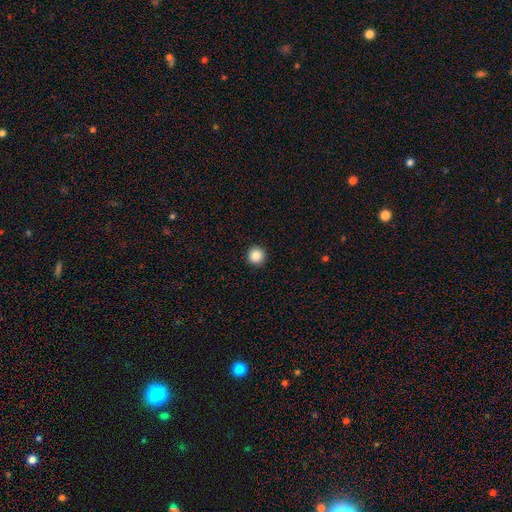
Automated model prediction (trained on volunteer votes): Overall: smooth (87%). How rounded: round (95%). Merging: none (93%).